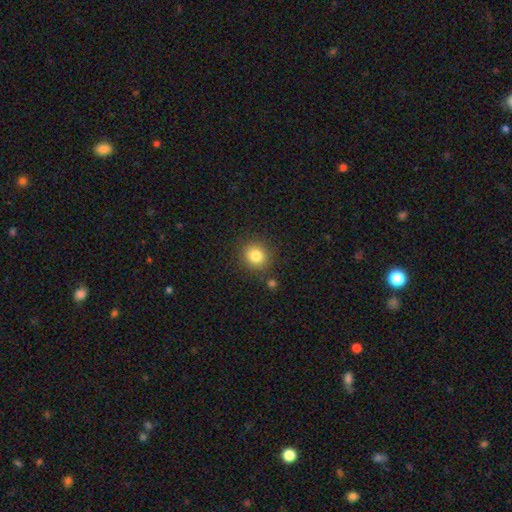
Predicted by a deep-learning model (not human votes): Smooth or featured: smooth — 82% (star or artifact — 12%)
How rounded: round — 84% (in between — 15%)
Merging: none — 85% (minor disturbance — 9%)